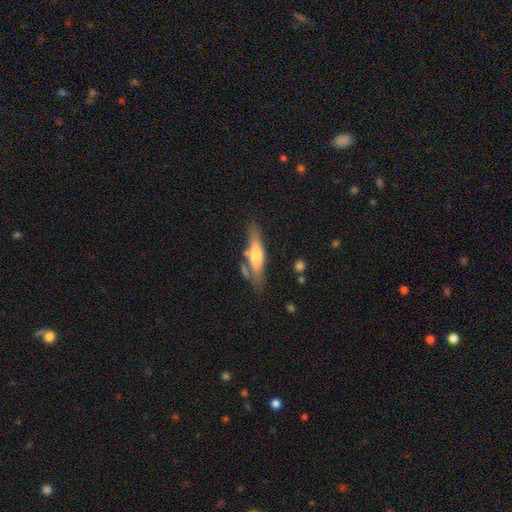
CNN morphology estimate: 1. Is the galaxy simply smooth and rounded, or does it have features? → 51% smooth, 43% featured or disk, 6% star or artifact.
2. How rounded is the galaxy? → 68% cigar-shaped, 30% in between, 2% round.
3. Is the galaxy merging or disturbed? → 65% none, 18% minor disturbance, 11% merger, 6% major disturbance.